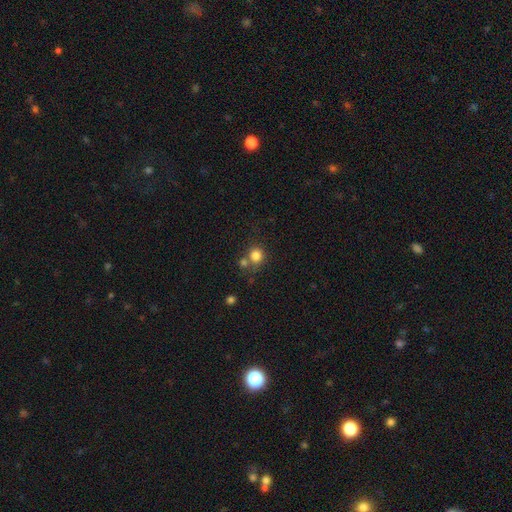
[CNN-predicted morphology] The model was most divided on "merging": none: 59%, merger: 27%, minor disturbance: 10%, major disturbance: 4%. More confident: how rounded — round (86%); smooth or featured — smooth (81%).